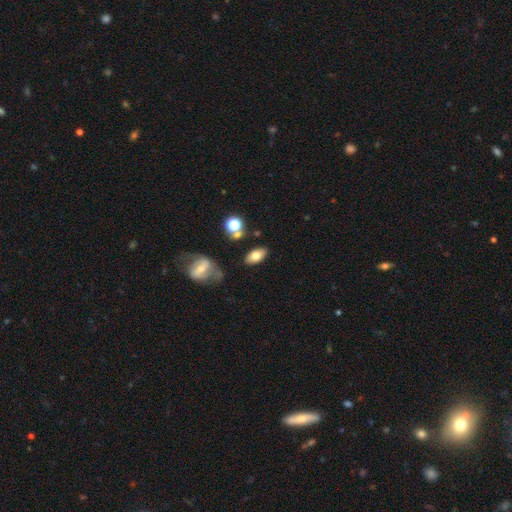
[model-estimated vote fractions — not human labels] Morphology: type=smooth (72%); roundness=in between (90%); merging=none (78%).